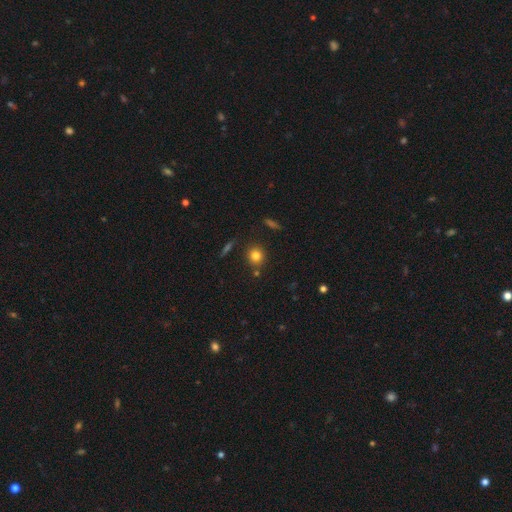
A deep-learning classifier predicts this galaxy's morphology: The model was most divided on "smooth or featured": smooth: 80%, star or artifact: 12%, featured or disk: 8%. More confident: how rounded — round (85%); merging — none (82%).